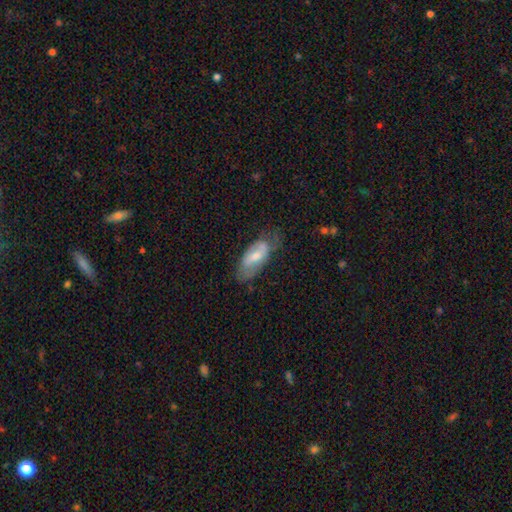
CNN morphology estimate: A smooth galaxy with no disk features (50%) that is in between round and cigar-shaped (84%).

Vote fractions:
- Smooth or featured? smooth: 50% / featured or disk: 43% / star or artifact: 6%
- How rounded? in between: 84% / cigar-shaped: 14% / round: 2%
- Merging? none: 54% / minor disturbance: 30% / major disturbance: 13% / merger: 2%